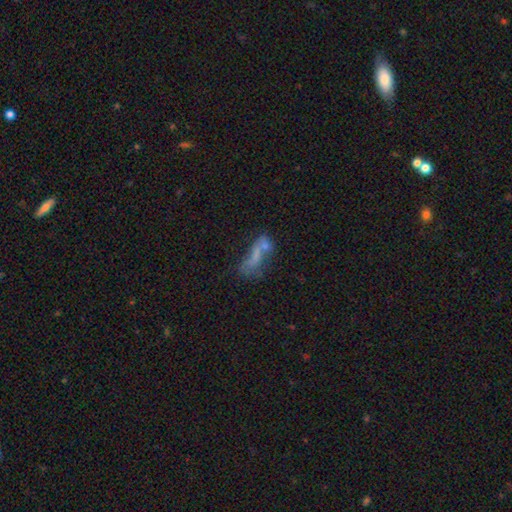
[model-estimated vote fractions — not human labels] Overall: smooth (47%; featured or disk 36%). Merging: merger (39%; none 25%).